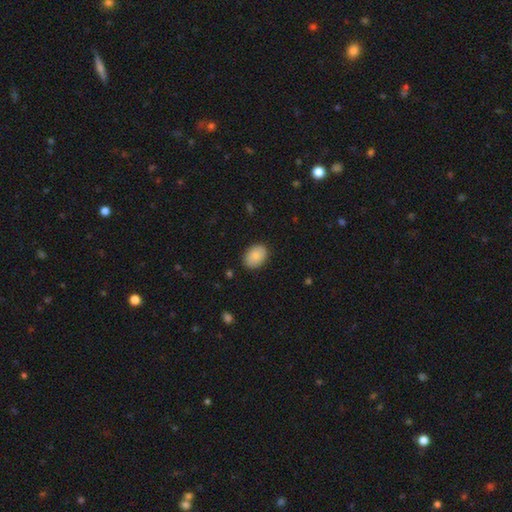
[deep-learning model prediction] smooth_or_featured: smooth (p=0.82) [alt: featured or disk p=0.12]
how_rounded: in between (p=0.78) [alt: round p=0.21]
merging: none (p=0.87) [alt: minor disturbance p=0.10]